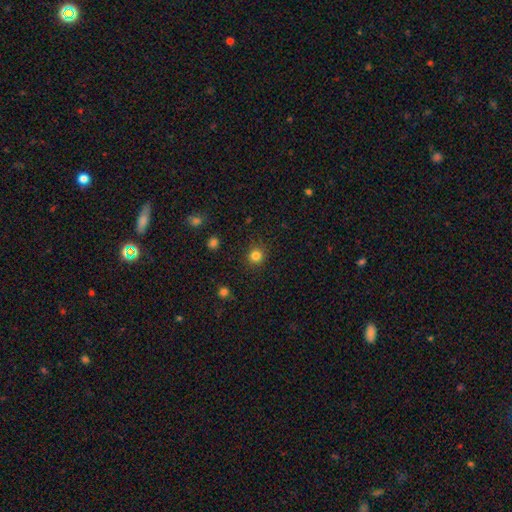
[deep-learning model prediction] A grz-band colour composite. It shows a smooth galaxy with no disk features (83%) that is round (91%). Merging: none (89%).